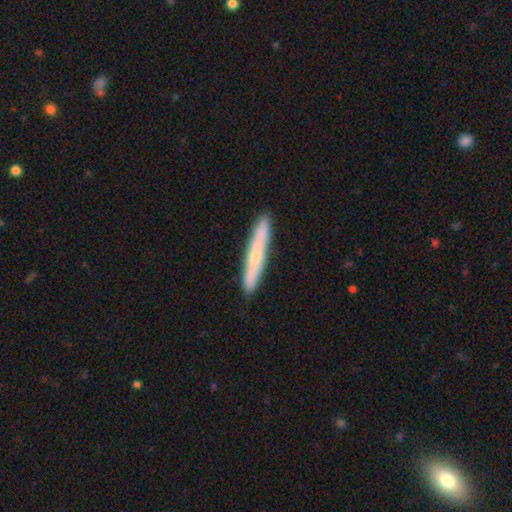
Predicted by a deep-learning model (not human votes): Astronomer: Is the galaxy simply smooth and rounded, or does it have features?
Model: smooth — 56% (runner-up: featured or disk, 39%).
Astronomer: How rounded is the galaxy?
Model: cigar-shaped — 94%.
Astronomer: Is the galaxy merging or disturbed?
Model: none — 90%.